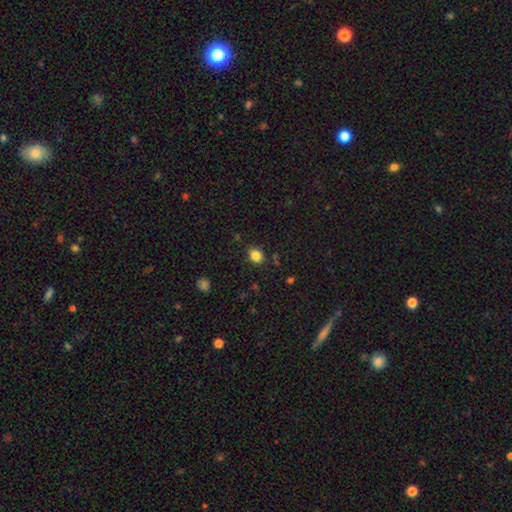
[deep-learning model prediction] smooth_or_featured: smooth (p=0.84) [alt: star or artifact p=0.12]
how_rounded: round (p=0.63) [alt: in between p=0.36]
merging: none (p=0.85) [alt: minor disturbance p=0.10]